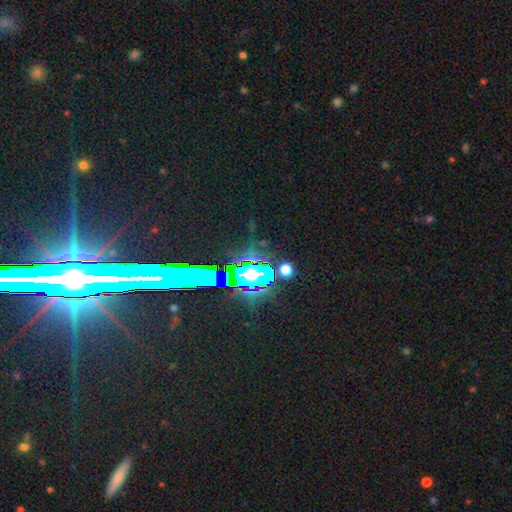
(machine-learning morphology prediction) A star or artifact, not a galaxy (80%).